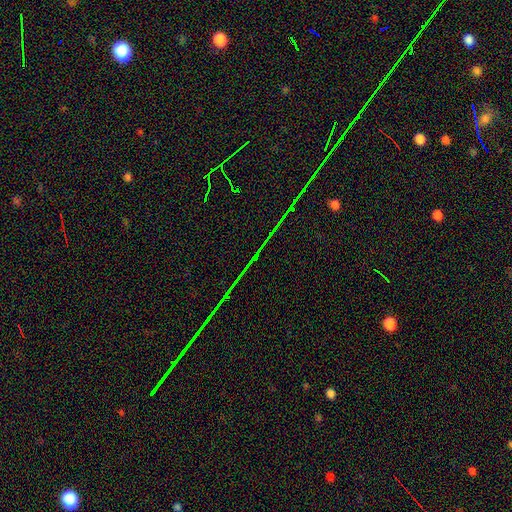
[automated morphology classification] Smooth or featured? star or artifact (85%)